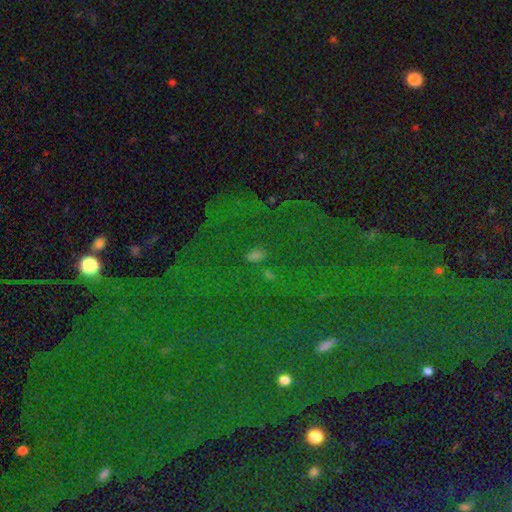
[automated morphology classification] Smooth or featured?
  - star or artifact: 60% *
  - smooth: 28%
  - featured or disk: 13%